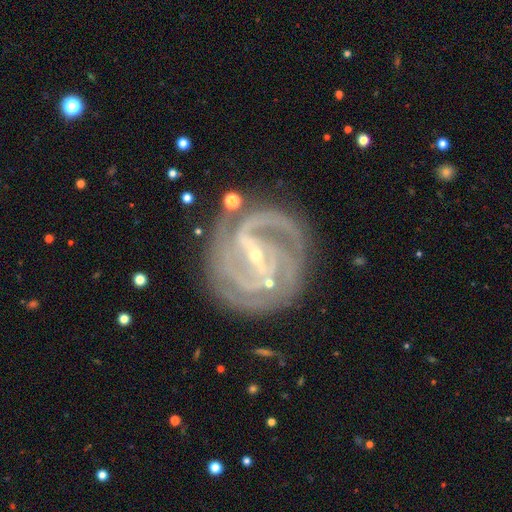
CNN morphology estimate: type=featured or disk (91%); edge-on=no (97%); bar=strong (68%); spiral arms=yes (97%); winding=tight (59%); arm count=2 (44%); bulge=small (84%); merging=none (74%).